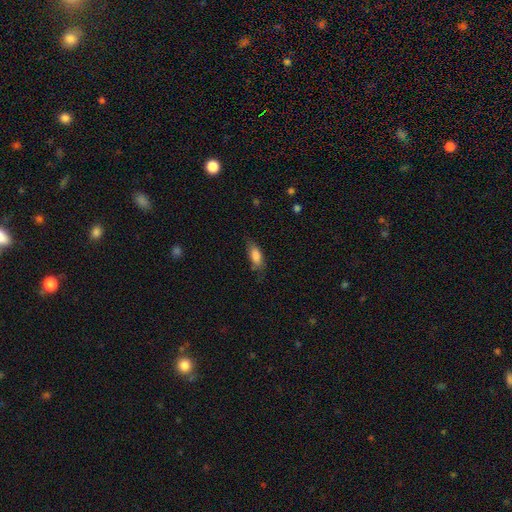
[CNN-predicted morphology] A smooth galaxy with no disk features (81%) that is in between round and cigar-shaped (74%). Merging: none (68%).